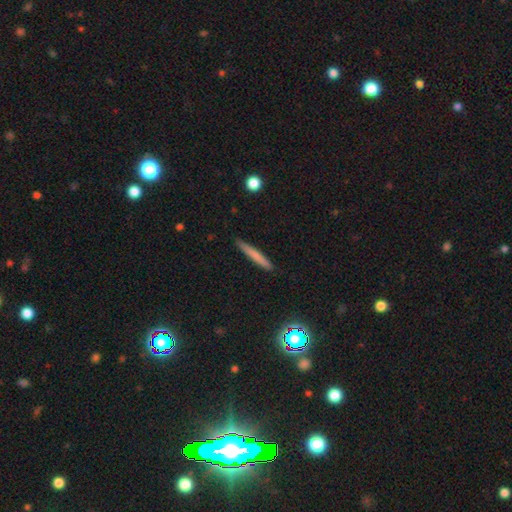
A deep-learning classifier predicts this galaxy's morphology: smooth 70%, featured or disk 22%, star or artifact 8%. Down the decision tree: how rounded — cigar-shaped (96%); merging — none (89%).